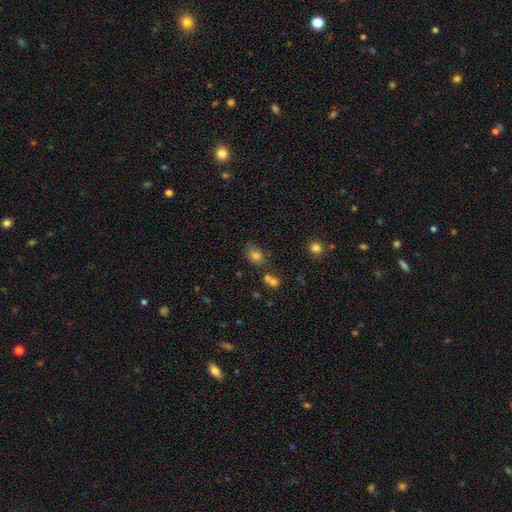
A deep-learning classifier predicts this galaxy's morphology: This is likely a smooth galaxy (77%). How rounded: likely in between (72%). Merging: likely none (61%).